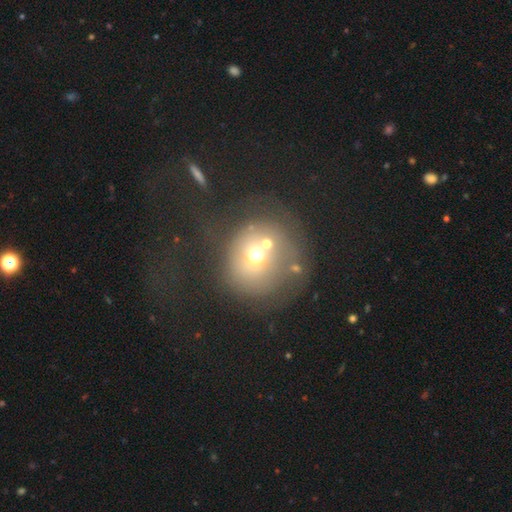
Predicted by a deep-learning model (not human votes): smooth_or_featured: smooth (p=0.57) [alt: featured or disk p=0.25]
how_rounded: round (p=0.88) [alt: in between p=0.11]
merging: none (p=0.45) [alt: major disturbance p=0.21]